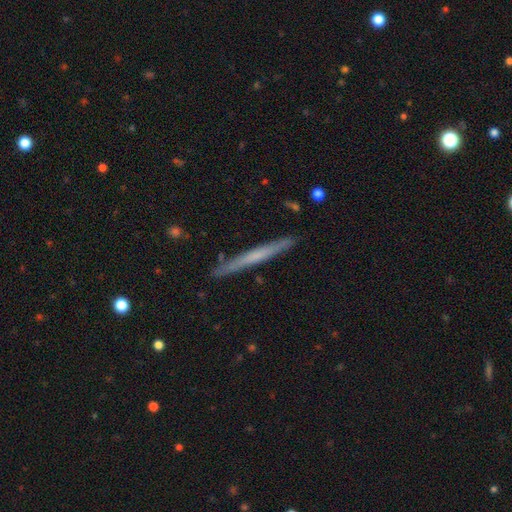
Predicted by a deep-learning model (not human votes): The model was most divided on "smooth or featured": featured or disk: 50%, smooth: 44%, star or artifact: 6%. More confident: merging — none (89%).